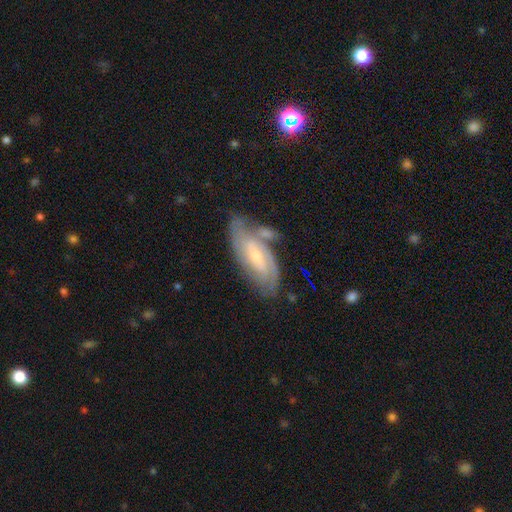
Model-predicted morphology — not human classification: Smooth or featured? featured or disk (77%)
Edge-on disk? no (90%)
Bar? weak (44%)
Spiral arms? yes (92%)
Spiral winding? tight (57%)
Spiral arm count? 2 (44%)
Bulge size? small (59%)
Merging? none (58%)